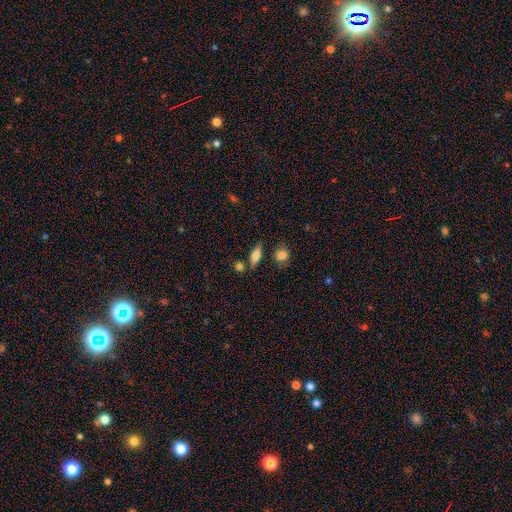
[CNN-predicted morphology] Smooth or featured? smooth (63%)
How rounded? in between (57%)
Merging? none (77%)